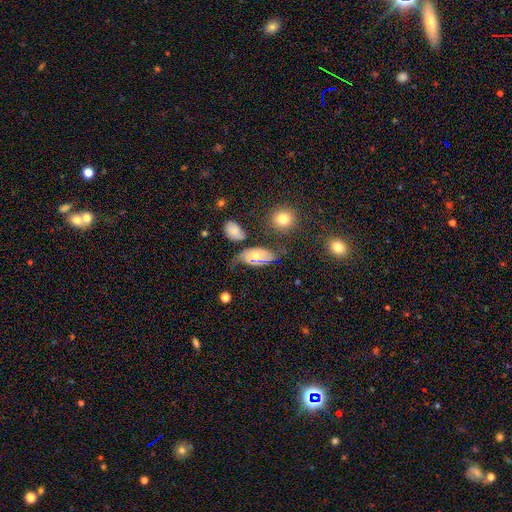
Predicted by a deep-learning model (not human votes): featured or disk 47%, smooth 41%, star or artifact 12%. Down the decision tree: merging — none (46%).